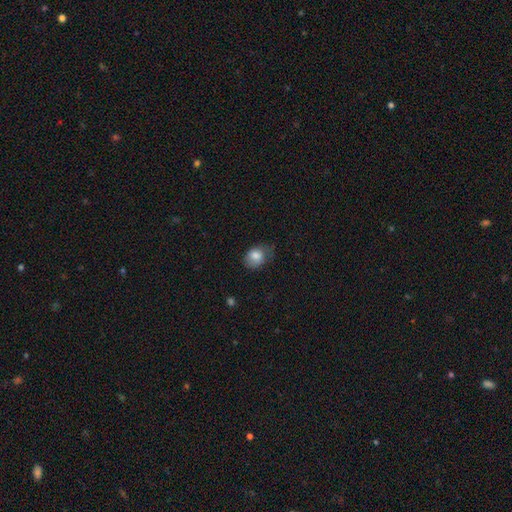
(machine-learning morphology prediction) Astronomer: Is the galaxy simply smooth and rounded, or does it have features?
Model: smooth — 81%.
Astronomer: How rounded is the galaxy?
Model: in between — 60% (runner-up: round, 39%).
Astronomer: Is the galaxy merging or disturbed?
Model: none — 47% (runner-up: minor disturbance, 36%).